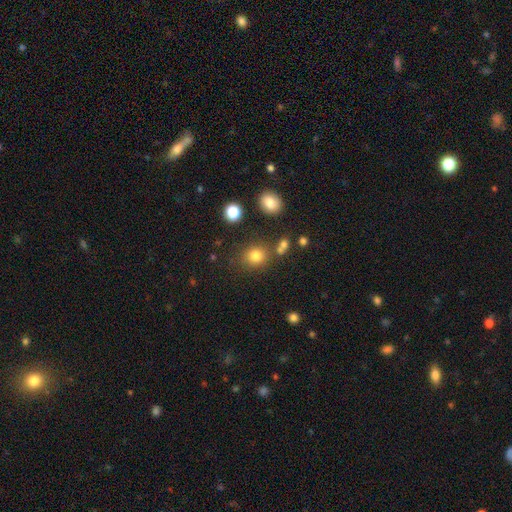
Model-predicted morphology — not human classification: Smooth or featured: smooth — 79% (star or artifact — 14%)
How rounded: round — 75% (in between — 24%)
Merging: none — 76% (minor disturbance — 11%)